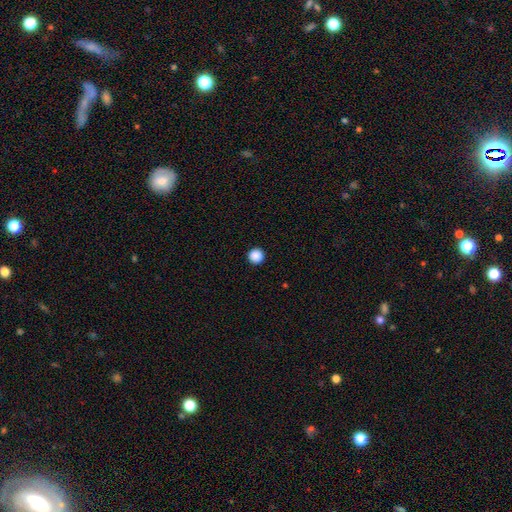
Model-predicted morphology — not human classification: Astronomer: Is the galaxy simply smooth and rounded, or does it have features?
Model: smooth — 89%.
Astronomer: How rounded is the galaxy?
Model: round — 97%.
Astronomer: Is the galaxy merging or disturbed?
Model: none — 94%.